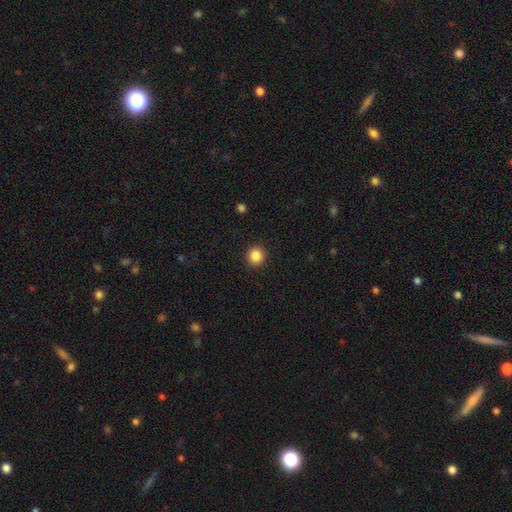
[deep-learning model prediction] smooth_or_featured: smooth (p=0.86) [alt: star or artifact p=0.10]
how_rounded: round (p=0.90) [alt: in between p=0.09]
merging: none (p=0.92) [alt: minor disturbance p=0.05]